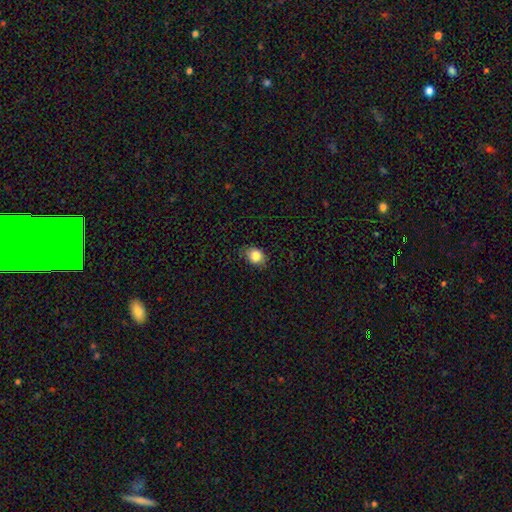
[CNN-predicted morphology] Smooth or featured? smooth (84%)
How rounded? in between (52%)
Merging? none (74%)